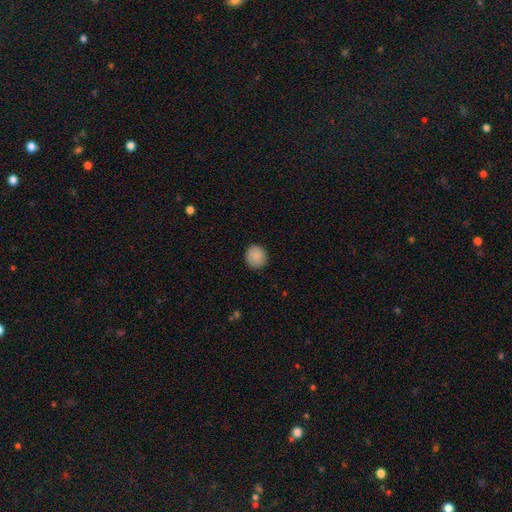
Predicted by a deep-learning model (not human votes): Overall: smooth (88%). How rounded: round (88%). Merging: none (90%).